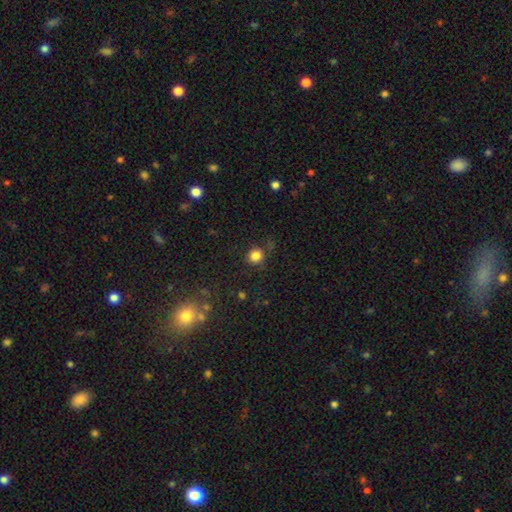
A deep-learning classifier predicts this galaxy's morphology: Smooth or featured? Predicted: smooth (p=0.83). How rounded? Predicted: round (p=0.91). Merging? Predicted: none (p=0.79).